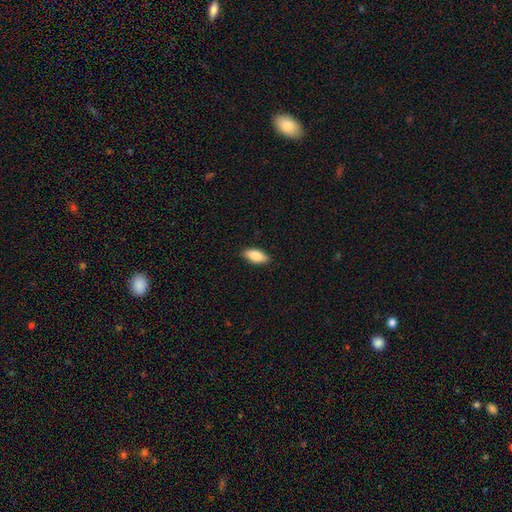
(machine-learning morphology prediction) Overall: smooth (85%). How rounded: in between (87%). Merging: none (88%).